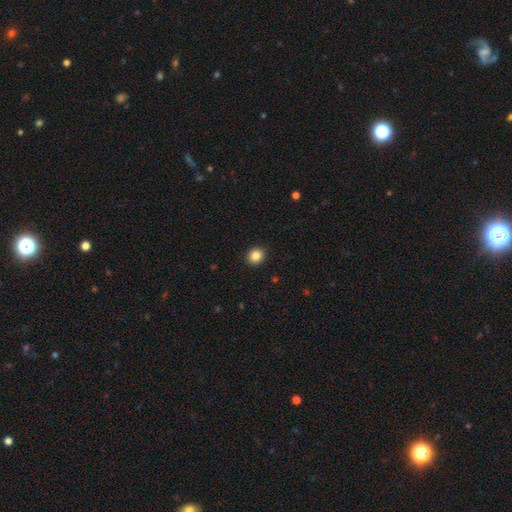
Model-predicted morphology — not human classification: smooth_or_featured: smooth (p=0.86) [alt: star or artifact p=0.10]
how_rounded: round (p=0.78) [alt: in between p=0.21]
merging: none (p=0.92) [alt: minor disturbance p=0.05]